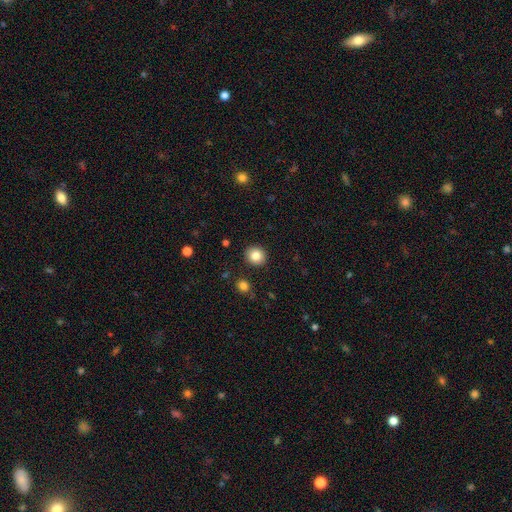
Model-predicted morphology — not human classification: smooth 84%, star or artifact 10%, featured or disk 7%. Down the decision tree: how rounded — round (88%); merging — none (91%).